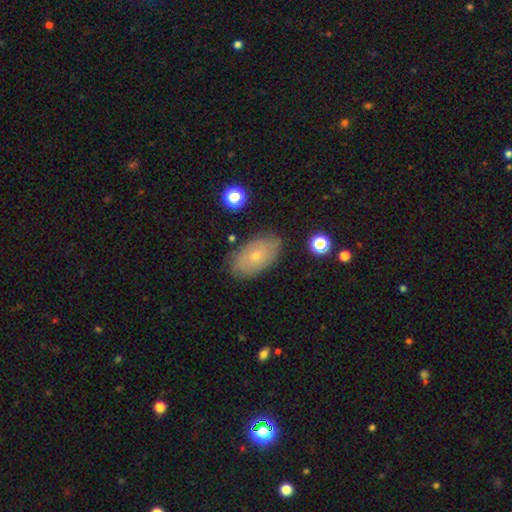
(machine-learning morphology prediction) A smooth galaxy with no disk features (59%) that is in between round and cigar-shaped (91%).

Vote fractions:
- Smooth or featured? smooth: 59% / featured or disk: 33% / star or artifact: 8%
- How rounded? in between: 91% / round: 7% / cigar-shaped: 2%
- Merging? none: 81% / minor disturbance: 14% / major disturbance: 3% / merger: 2%